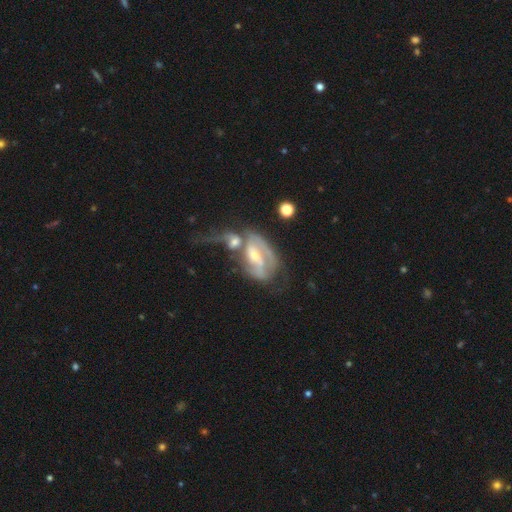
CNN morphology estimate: This is clearly a featured or disk galaxy (80%). It is clearly not viewed edge-on (95%). Bar: marginally weak (42%). Spiral arm pattern: clearly yes (85%). Spiral arm count: likely 2 (60%). Spiral winding: marginally medium (40%). Central bulge: possibly small (48%). Merging: marginally merger (45%).